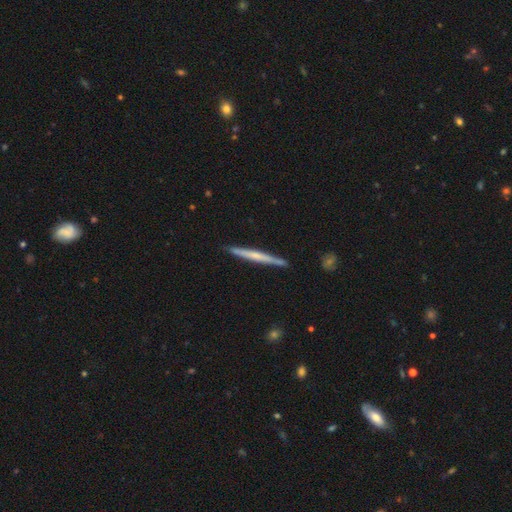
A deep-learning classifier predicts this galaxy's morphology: This is possibly a featured or disk galaxy (59%). It is clearly viewed edge-on (97%). Edge-on bulge: possibly none (56%). Merging: clearly none (90%).